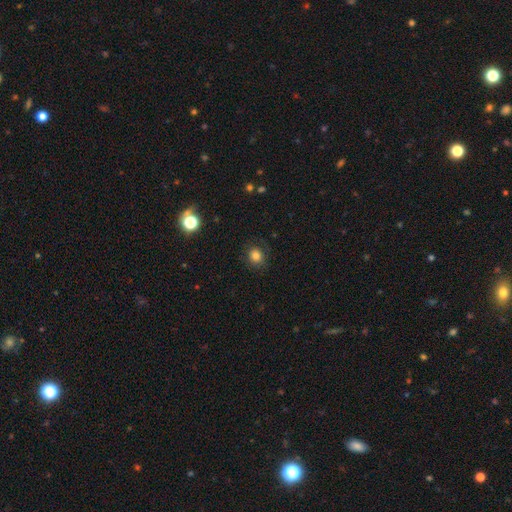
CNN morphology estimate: Smooth or featured?
  - smooth: 81% *
  - star or artifact: 12%
  - featured or disk: 7%
How rounded?
  - round: 73% *
  - in between: 27%
  - cigar-shaped: 1%
Merging?
  - none: 84% *
  - minor disturbance: 11%
  - major disturbance: 4%
  - merger: 1%